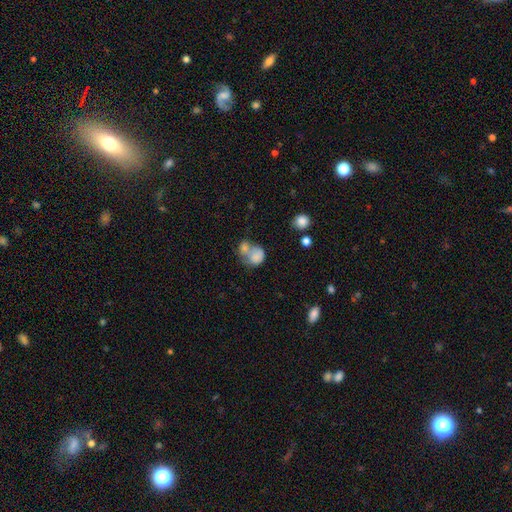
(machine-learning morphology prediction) A smooth galaxy with no disk features (74%) that is round (59%). Merging: merger (61%).